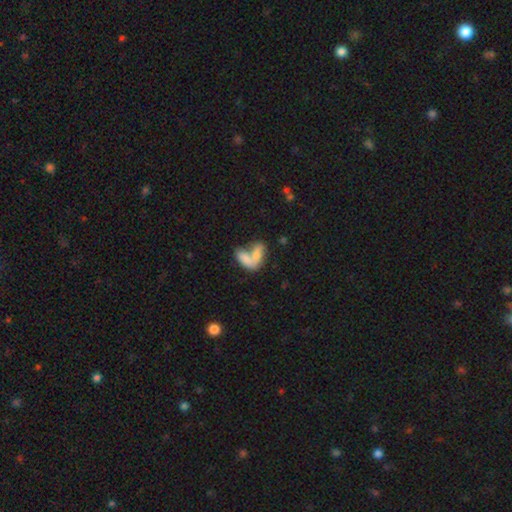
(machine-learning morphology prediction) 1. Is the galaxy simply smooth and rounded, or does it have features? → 70% smooth, 21% featured or disk, 9% star or artifact.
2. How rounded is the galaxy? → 81% in between, 12% cigar-shaped, 7% round.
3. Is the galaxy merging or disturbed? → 69% merger, 18% none, 7% minor disturbance, 6% major disturbance.